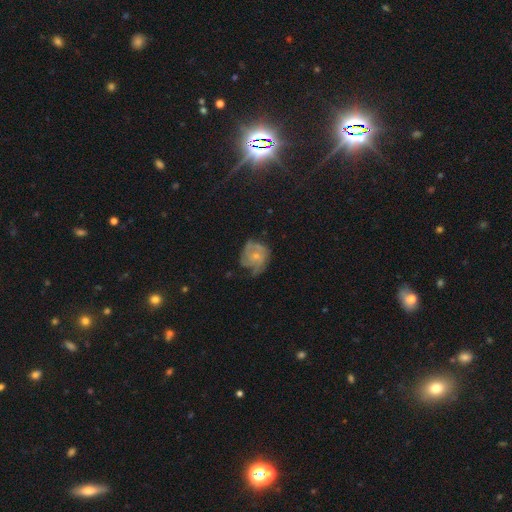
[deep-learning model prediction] featured or disk 66%, smooth 26%, star or artifact 8%. Down the decision tree: edge-on disk — no (98%); bar — no (82%); spiral arms — yes (83%); spiral arm count — can't tell (34%); spiral winding — tight (50%); bulge size — small (69%); merging — none (49%).